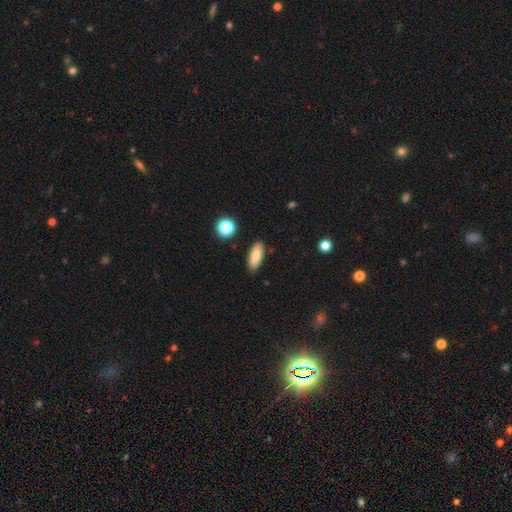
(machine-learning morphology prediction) type=smooth (80%); roundness=in between (67%); merging=none (88%).